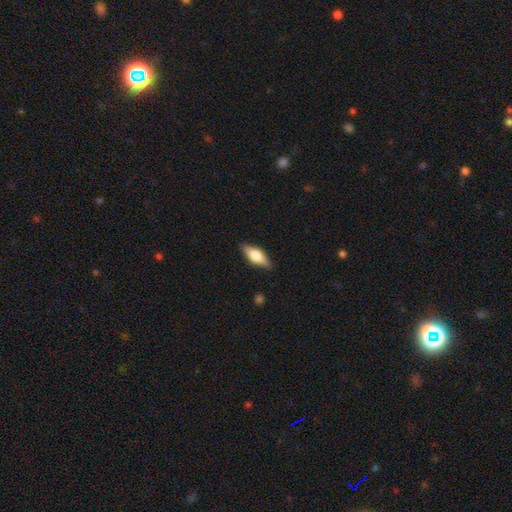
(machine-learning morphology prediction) smooth 52%, featured or disk 41%, star or artifact 6%. Down the decision tree: how rounded — in between (66%); merging — none (86%).